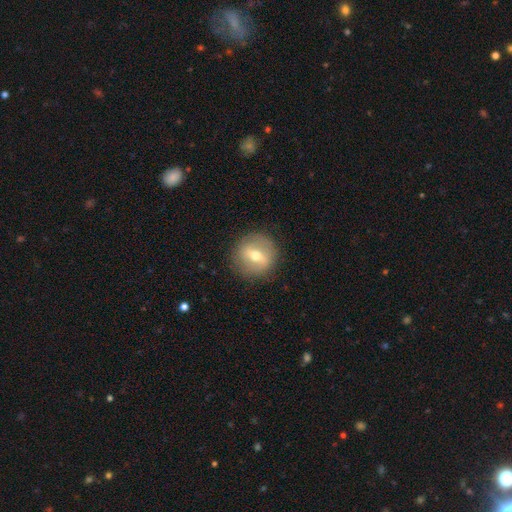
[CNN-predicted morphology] featured or disk 47%, smooth 44%, star or artifact 9%. Down the decision tree: merging — none (87%).